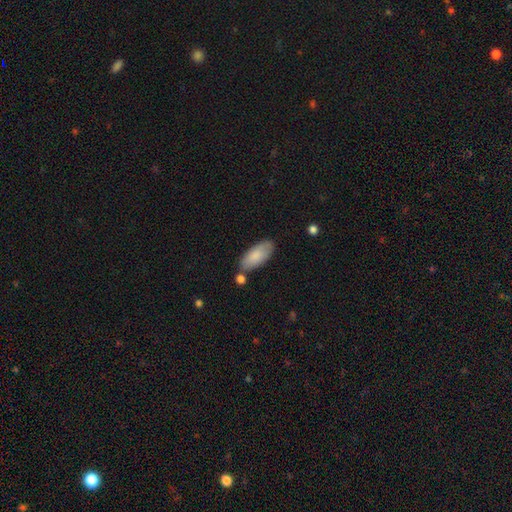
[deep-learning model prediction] smooth_or_featured: smooth (p=0.83) [alt: featured or disk p=0.12]
how_rounded: in between (p=0.85) [alt: cigar-shaped p=0.13]
merging: none (p=0.71) [alt: minor disturbance p=0.16]